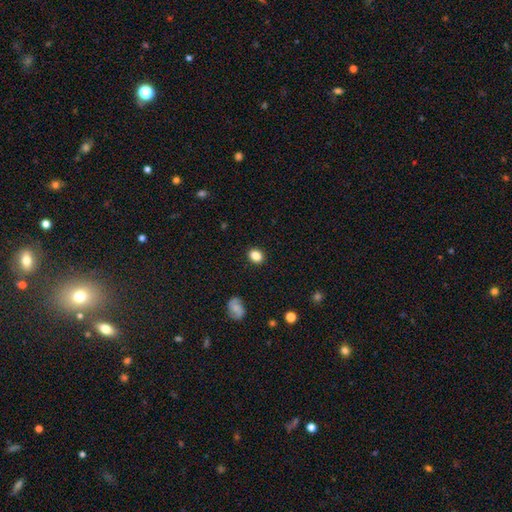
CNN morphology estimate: A smooth galaxy with no disk features (84%) that is round (56%).

Vote fractions:
- Smooth or featured? smooth: 84% / star or artifact: 10% / featured or disk: 6%
- How rounded? round: 56% / in between: 43% / cigar-shaped: 1%
- Merging? none: 89% / minor disturbance: 7% / major disturbance: 2% / merger: 1%